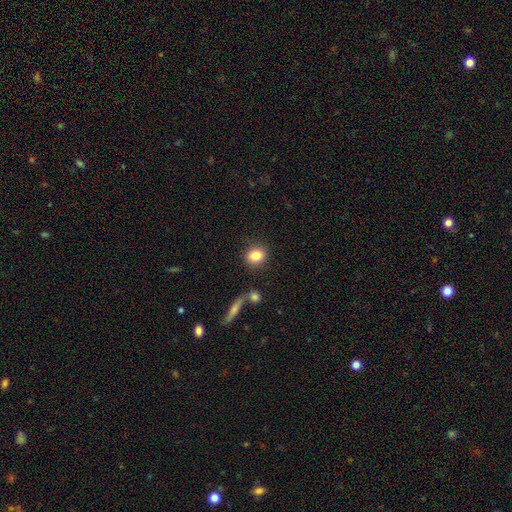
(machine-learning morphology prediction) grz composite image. It shows a smooth galaxy with no disk features (83%) that is round (63%). Merging: none (83%).